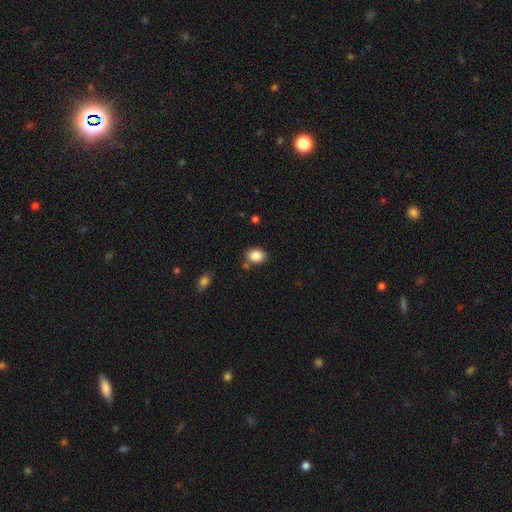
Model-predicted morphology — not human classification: This is clearly a smooth galaxy (87%). How rounded: likely in between (65%). Merging: likely none (77%).